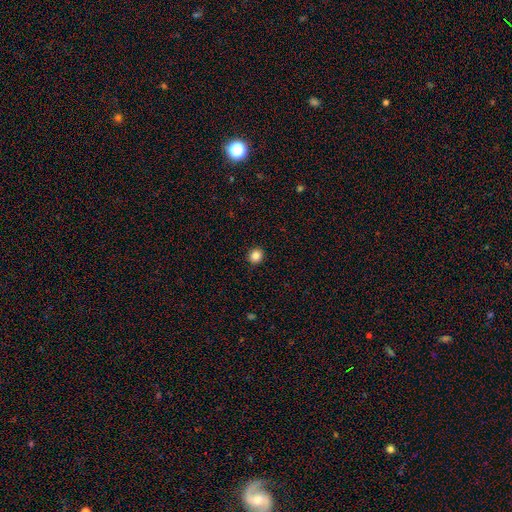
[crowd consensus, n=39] Smooth or featured: smooth — 85% (star or artifact — 10%)
How rounded: round — 85% (in between — 12%)
Merging: none — 86% (minor disturbance — 9%)